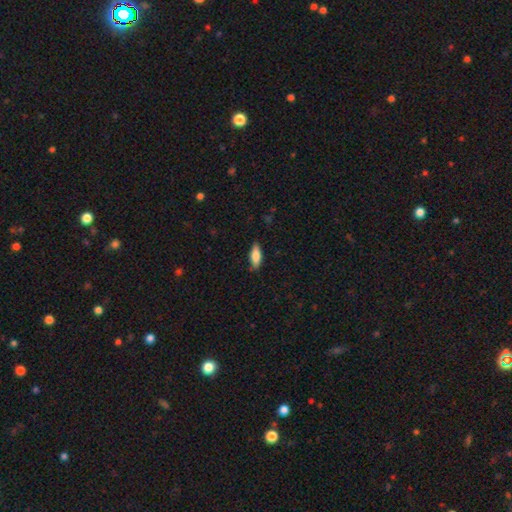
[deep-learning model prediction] A smooth galaxy with no disk features (79%) that is in between round and cigar-shaped (68%). Merging: none (84%).